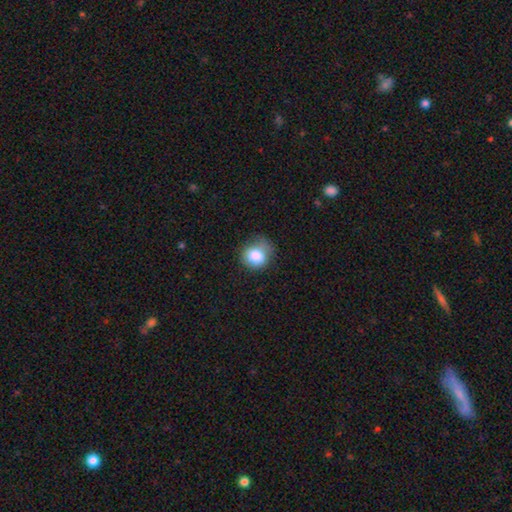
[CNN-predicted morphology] Smooth or featured? Predicted: smooth (p=0.84). How rounded? Predicted: round (p=0.78). Merging? Predicted: none (p=0.54).